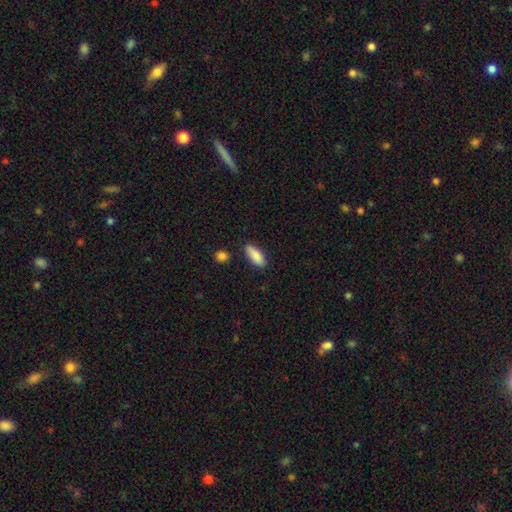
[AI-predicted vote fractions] Smooth or featured? smooth (87%)
How rounded? in between (74%)
Merging? none (79%)